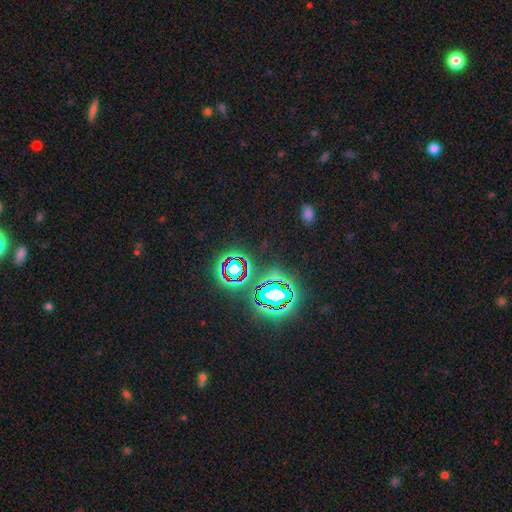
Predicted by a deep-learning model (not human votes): The model was most divided on "smooth or featured": star or artifact: 79%, smooth: 13%, featured or disk: 8%.